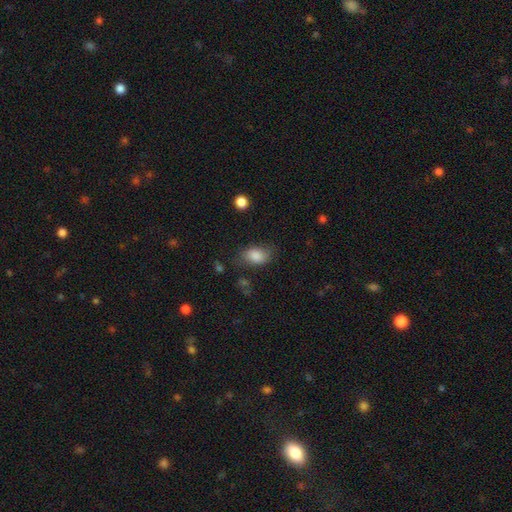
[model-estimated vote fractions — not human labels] smooth 84%, star or artifact 8%, featured or disk 8%. Down the decision tree: how rounded — in between (86%); merging — none (70%).